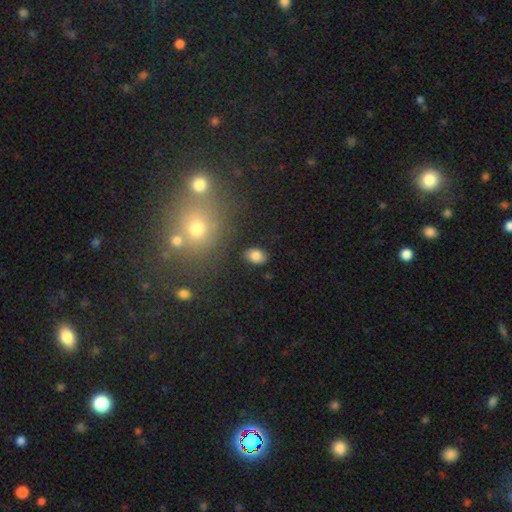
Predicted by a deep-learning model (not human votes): A smooth galaxy with no disk features (83%) that is in between round and cigar-shaped (76%).

Vote fractions:
- Smooth or featured? smooth: 83% / star or artifact: 10% / featured or disk: 7%
- How rounded? in between: 76% / round: 23% / cigar-shaped: 1%
- Merging? none: 86% / minor disturbance: 9% / major disturbance: 3% / merger: 2%